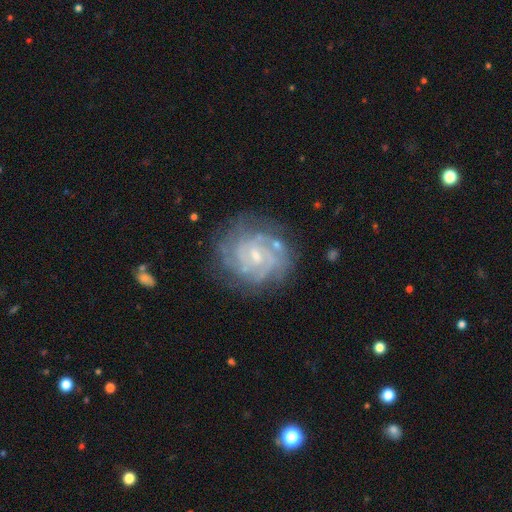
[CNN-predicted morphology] Smooth or featured: featured or disk — 87% (smooth — 7%)
Edge-on disk: no — 98% (yes — 2%)
Bar: weak — 48% (no — 42%)
Spiral arms: yes — 97% (no — 3%)
Spiral winding: tight — 71% (medium — 25%)
Spiral arm count: can't tell — 27% (3 — 22%)
Bulge size: small — 68% (moderate — 25%)
Merging: none — 75% (minor disturbance — 16%)